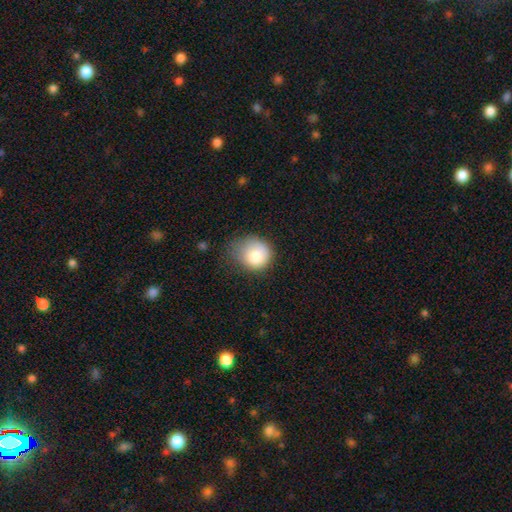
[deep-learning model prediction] A smooth galaxy with no disk features (83%) that is round (77%). Merging: none (40%).